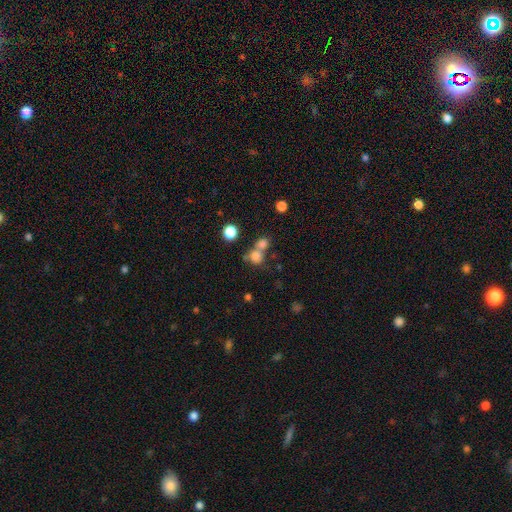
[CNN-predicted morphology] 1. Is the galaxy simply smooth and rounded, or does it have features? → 76% smooth, 15% star or artifact, 9% featured or disk.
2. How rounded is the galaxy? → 83% round, 16% in between, 1% cigar-shaped.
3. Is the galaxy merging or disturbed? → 46% merger, 42% none, 7% minor disturbance, 5% major disturbance.